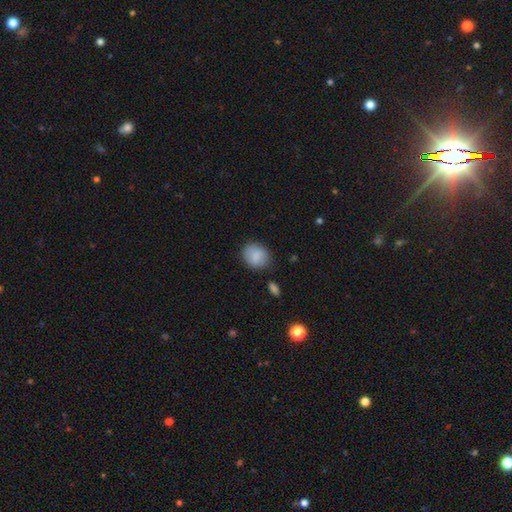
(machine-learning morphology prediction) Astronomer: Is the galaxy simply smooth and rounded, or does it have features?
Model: smooth — 85%.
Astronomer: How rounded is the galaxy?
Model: round — 58% (runner-up: in between, 41%).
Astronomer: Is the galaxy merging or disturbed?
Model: none — 77%.